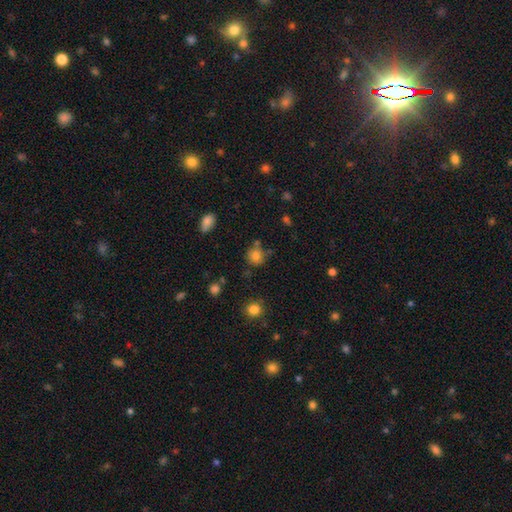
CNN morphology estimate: type=smooth (80%); roundness=round (83%); merging=none (68%).